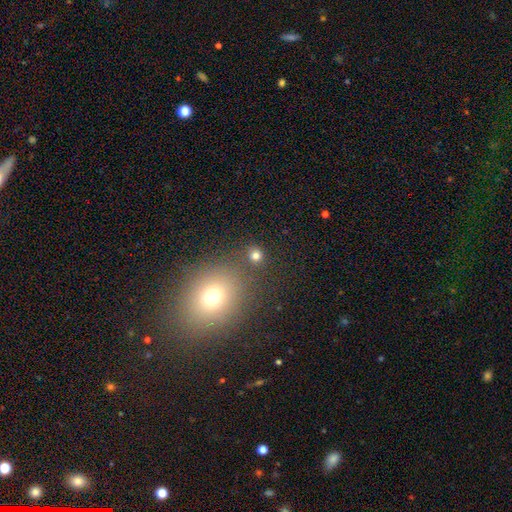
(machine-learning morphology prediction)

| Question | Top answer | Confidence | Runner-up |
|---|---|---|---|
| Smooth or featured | smooth | 77% | star or artifact (16%) |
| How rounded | round | 85% | in between (14%) |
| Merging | none | 79% | merger (10%) |